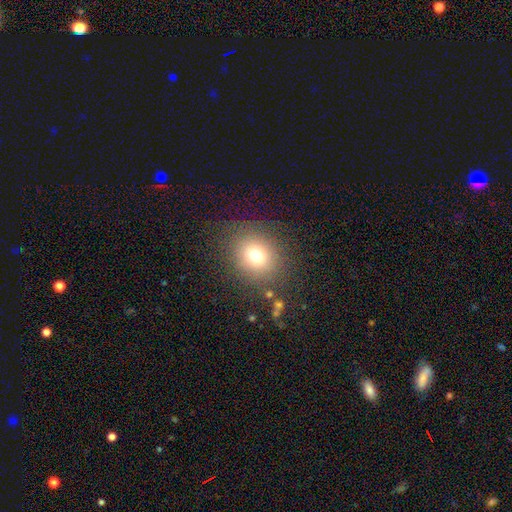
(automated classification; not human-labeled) The model was most divided on "how rounded": round: 75%, in between: 24%, cigar-shaped: 1%. More confident: merging — none (84%); smooth or featured — smooth (73%).